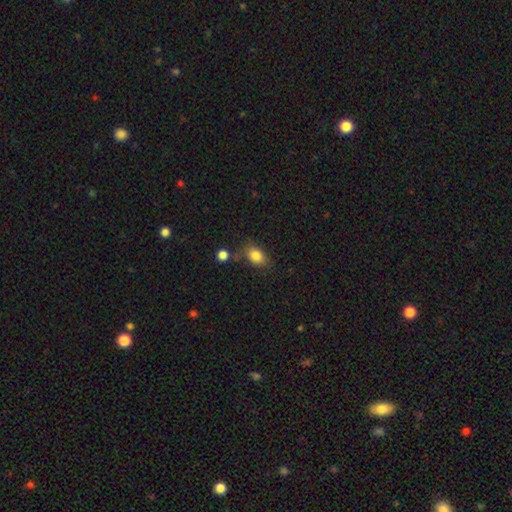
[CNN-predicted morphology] Smooth or featured: smooth — 83% (star or artifact — 10%)
How rounded: in between — 74% (round — 24%)
Merging: none — 68% (minor disturbance — 18%)